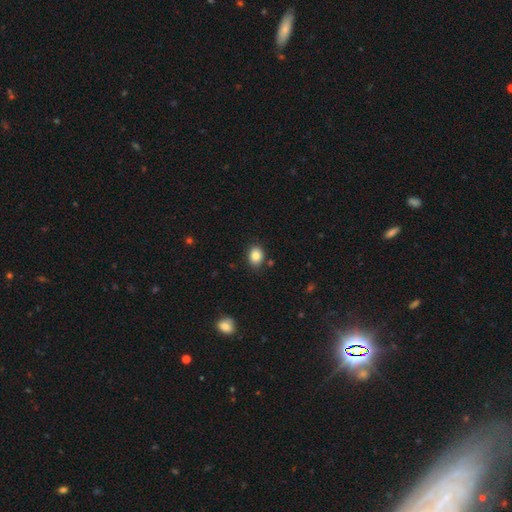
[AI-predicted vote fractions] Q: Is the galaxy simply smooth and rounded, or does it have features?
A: smooth — 85%.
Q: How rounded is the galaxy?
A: in between — 58%.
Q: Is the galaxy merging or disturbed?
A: none — 84%.